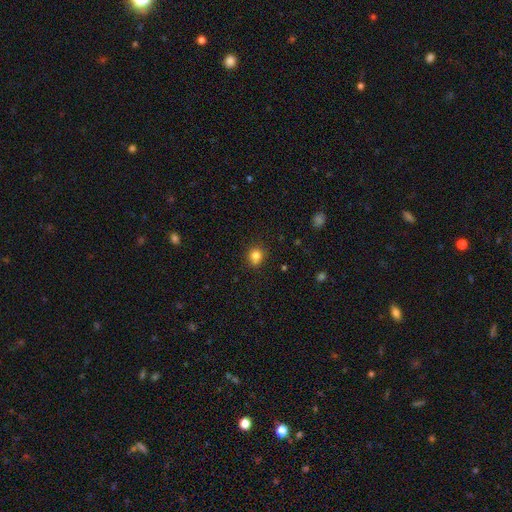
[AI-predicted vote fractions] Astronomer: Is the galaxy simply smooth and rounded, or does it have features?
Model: smooth — 82%.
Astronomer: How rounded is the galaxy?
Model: round — 76%.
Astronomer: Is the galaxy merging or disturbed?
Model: none — 81%.